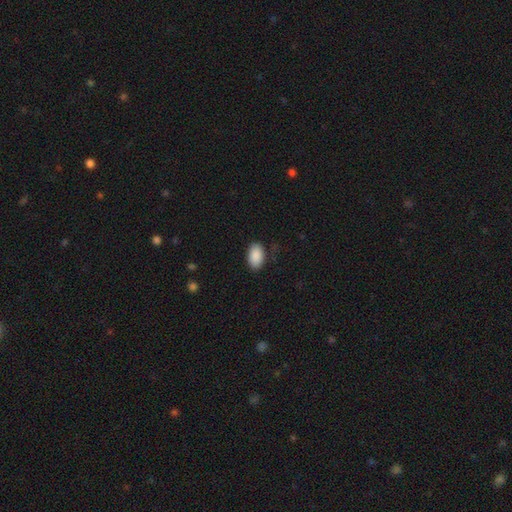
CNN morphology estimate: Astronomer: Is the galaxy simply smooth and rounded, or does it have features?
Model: smooth — 90%.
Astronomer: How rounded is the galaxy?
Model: in between — 94%.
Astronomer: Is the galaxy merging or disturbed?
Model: none — 84%.